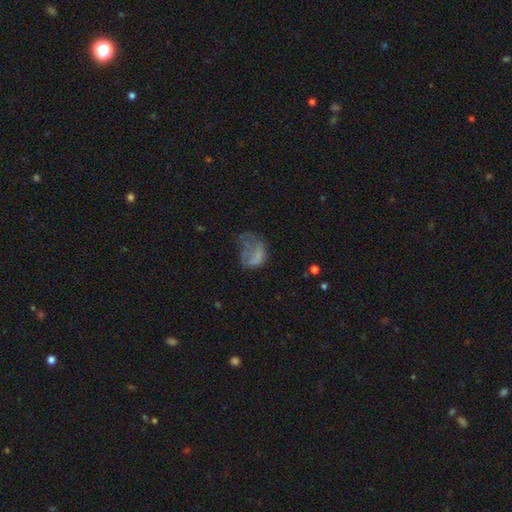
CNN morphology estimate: type=smooth (49%); merging=major disturbance (52%).